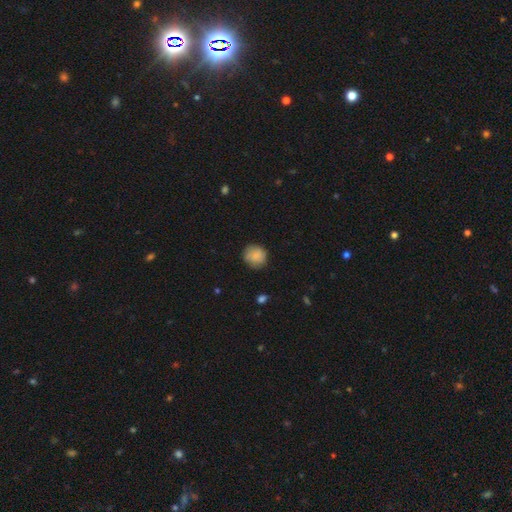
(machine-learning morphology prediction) Smooth or featured?
  - smooth: 82% *
  - featured or disk: 10%
  - star or artifact: 8%
How rounded?
  - round: 90% *
  - in between: 9%
  - cigar-shaped: 1%
Merging?
  - none: 81% *
  - minor disturbance: 15%
  - major disturbance: 3%
  - merger: 1%